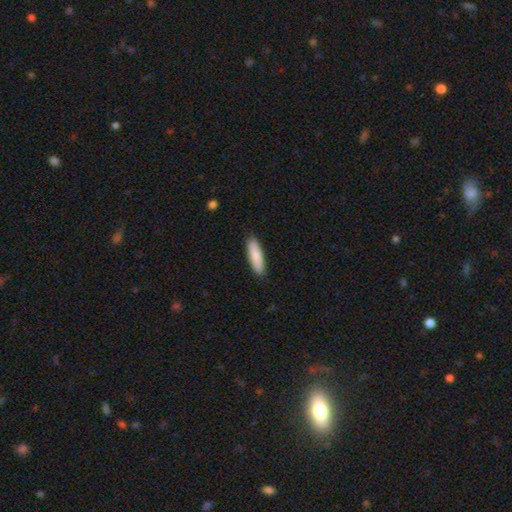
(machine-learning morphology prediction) type=smooth (85%); roundness=cigar-shaped (64%); merging=none (90%).